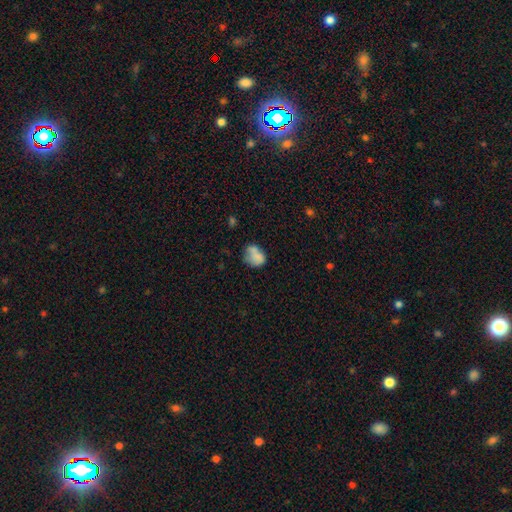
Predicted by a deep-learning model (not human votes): smooth_or_featured: smooth (p=0.73) [alt: featured or disk p=0.17]
how_rounded: in between (p=0.53) [alt: round p=0.46]
merging: none (p=0.42) [alt: minor disturbance p=0.26]